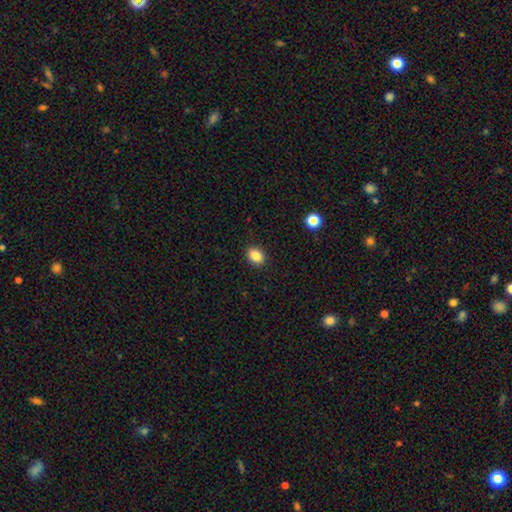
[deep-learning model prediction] smooth-or-featured: smooth: 86% | star or artifact: 10% | featured or disk: 5%
  how-rounded: in between: 62% | round: 37% | cigar-shaped: 1%
  merging: none: 90% | minor disturbance: 7% | major disturbance: 2% | merger: 1%